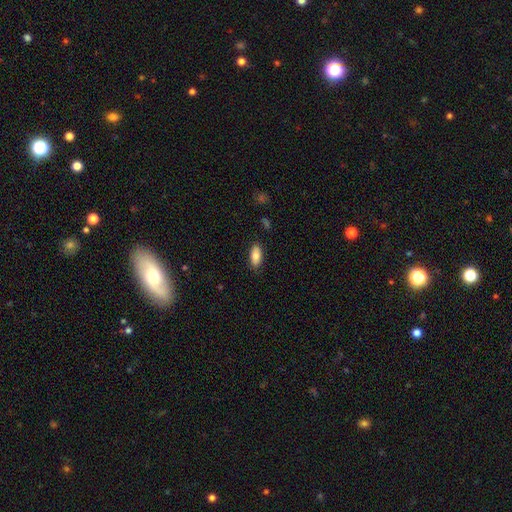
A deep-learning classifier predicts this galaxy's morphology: This is clearly a smooth galaxy (81%). How rounded: clearly in between (89%). Merging: clearly none (83%).